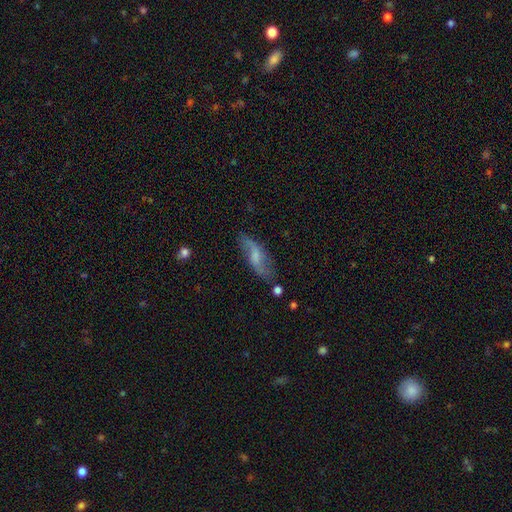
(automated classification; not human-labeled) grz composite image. It shows a featured or disk galaxy (58%). Merging: none (69%).